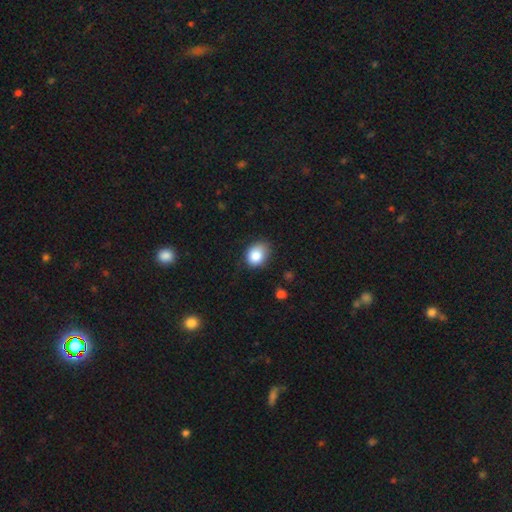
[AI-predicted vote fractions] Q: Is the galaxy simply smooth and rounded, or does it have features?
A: smooth — 84%.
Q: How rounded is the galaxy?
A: in between — 52%.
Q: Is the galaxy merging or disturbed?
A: none — 69%.